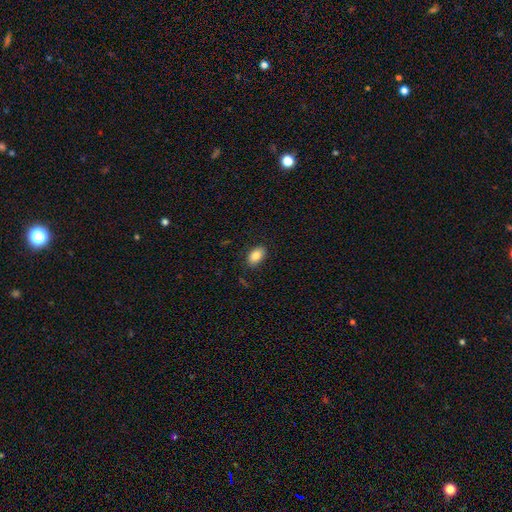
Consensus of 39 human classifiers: This is likely a smooth galaxy (74%). How rounded: clearly in between (93%). Merging: likely none (77%).